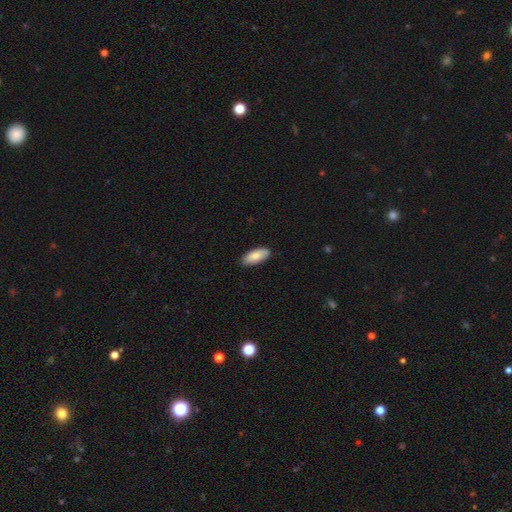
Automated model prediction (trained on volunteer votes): The model was most divided on "how rounded": in between: 88%, cigar-shaped: 11%, round: 2%. More confident: merging — none (87%); smooth or featured — smooth (86%).